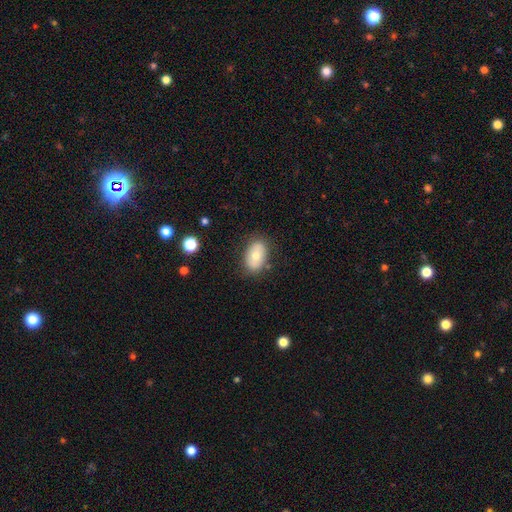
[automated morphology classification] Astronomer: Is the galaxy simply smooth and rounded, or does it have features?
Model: smooth — 68%.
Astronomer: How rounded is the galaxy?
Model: in between — 88%.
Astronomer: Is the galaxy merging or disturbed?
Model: none — 80%.